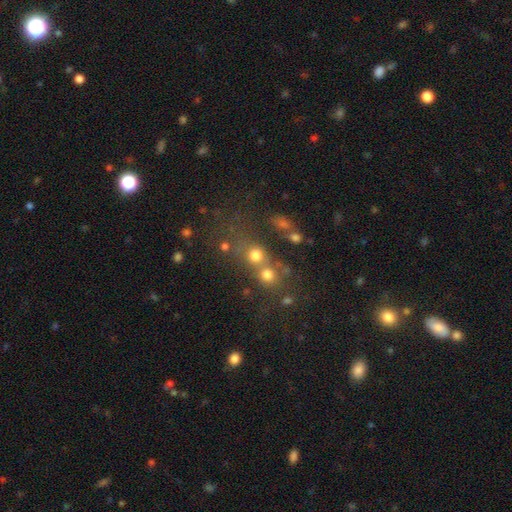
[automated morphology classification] This appears to be a smooth galaxy with no disk features (66%) that is round (82%). Merging: none (44%).